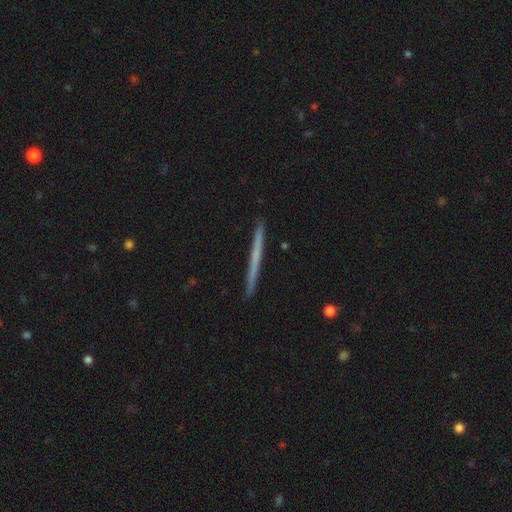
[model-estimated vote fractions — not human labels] This is possibly a featured or disk galaxy (48%). Merging: clearly none (93%).